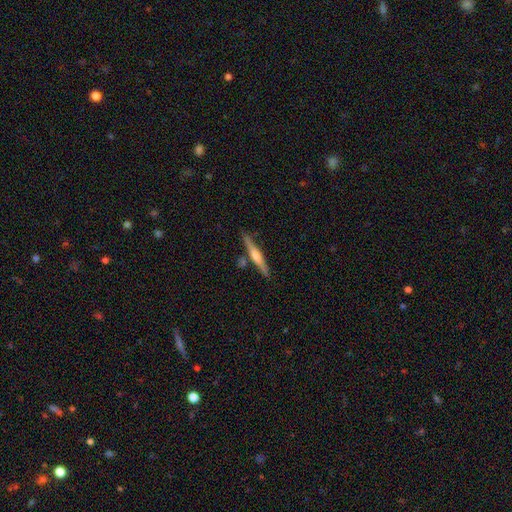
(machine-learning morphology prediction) Overall: featured or disk (67%; smooth 27%). Edge-on disk: yes (97%). Edge-on bulge: rounded (71%). Merging: none (83%).